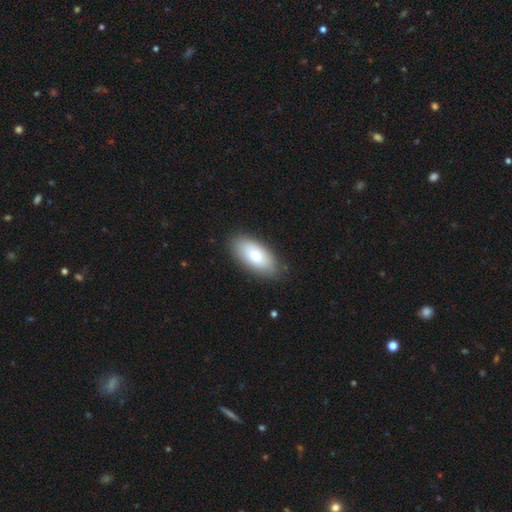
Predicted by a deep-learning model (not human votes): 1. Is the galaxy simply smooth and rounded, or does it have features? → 73% smooth, 20% featured or disk, 7% star or artifact.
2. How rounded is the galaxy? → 92% in between, 5% cigar-shaped, 3% round.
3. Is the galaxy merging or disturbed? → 86% none, 10% minor disturbance, 3% major disturbance, 1% merger.